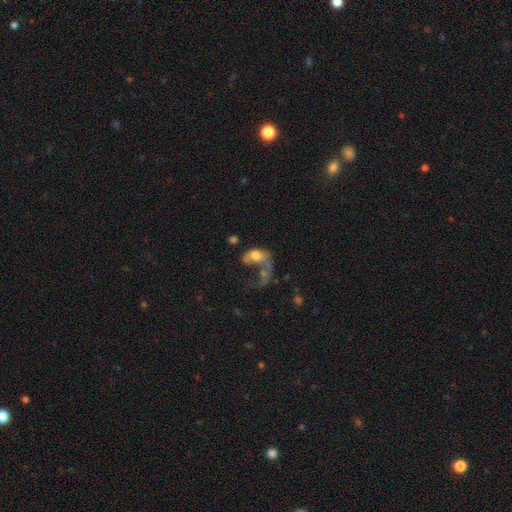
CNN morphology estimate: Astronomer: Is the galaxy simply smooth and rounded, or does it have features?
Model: smooth — 49% (runner-up: featured or disk, 42%).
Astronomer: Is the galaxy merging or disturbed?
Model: major disturbance — 44% (runner-up: merger, 36%).